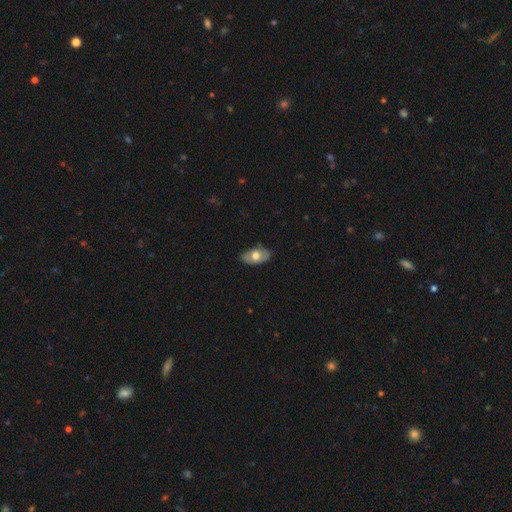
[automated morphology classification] Smooth or featured: smooth — 59% (featured or disk — 35%)
How rounded: in between — 91% (round — 7%)
Merging: none — 76% (minor disturbance — 19%)